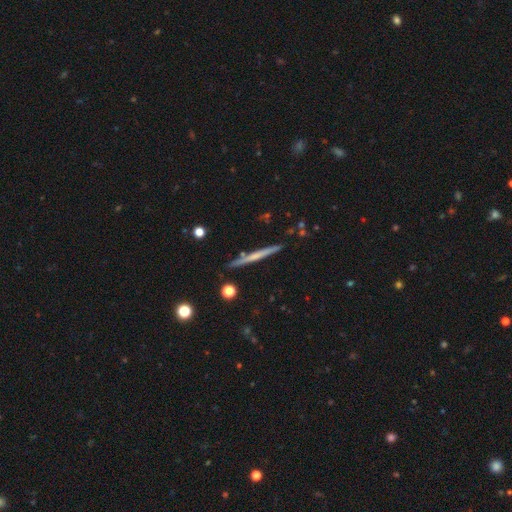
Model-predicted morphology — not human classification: type=featured or disk (55%); edge-on=yes (97%); edge-on bulge=none (73%); merging=none (88%).